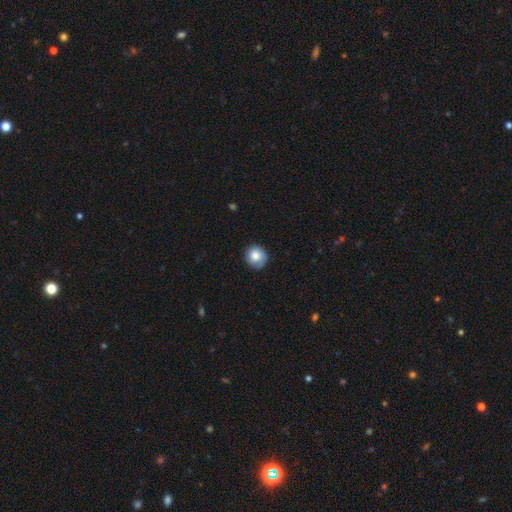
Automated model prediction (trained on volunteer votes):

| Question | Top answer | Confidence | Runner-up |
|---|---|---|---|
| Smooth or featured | smooth | 81% | featured or disk (12%) |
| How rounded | round | 87% | in between (12%) |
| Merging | none | 78% | minor disturbance (17%) |